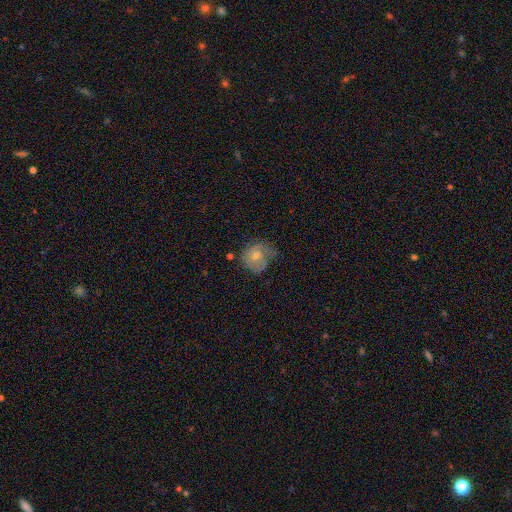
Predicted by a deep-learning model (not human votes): The model was most divided on "bulge size": moderate: 53%, small: 41%, large: 3%, none: 2%, dominant: 1%. More confident: edge-on disk — no (97%); bar — no (79%); spiral arms — yes (76%); merging — none (59%); smooth or featured — featured or disk (53%).